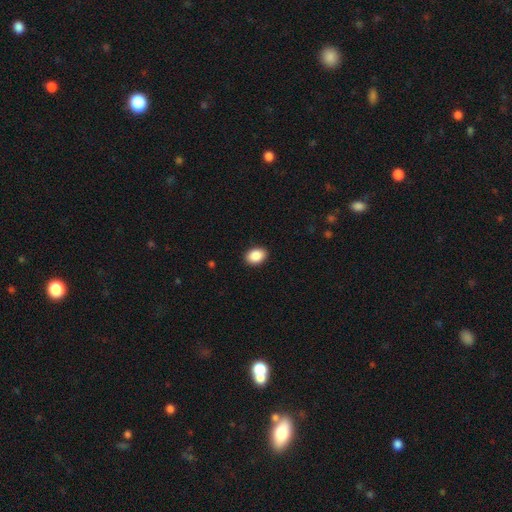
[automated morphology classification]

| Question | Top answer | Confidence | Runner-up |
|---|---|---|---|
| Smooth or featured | smooth | 89% | star or artifact (7%) |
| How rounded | in between | 76% | round (23%) |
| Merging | none | 90% | minor disturbance (7%) |